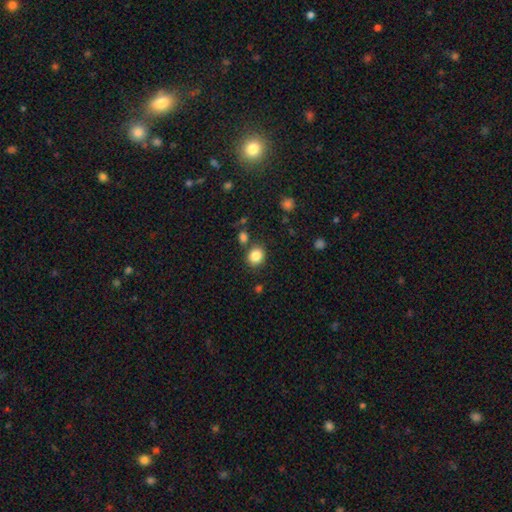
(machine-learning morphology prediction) smooth_or_featured: smooth (p=0.85) [alt: star or artifact p=0.10]
how_rounded: round (p=0.71) [alt: in between p=0.28]
merging: none (p=0.79) [alt: minor disturbance p=0.10]